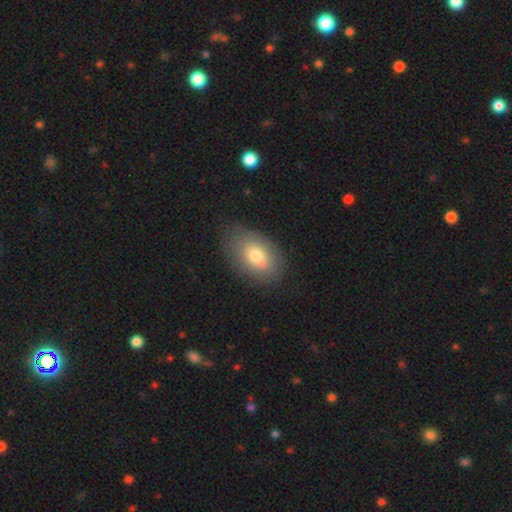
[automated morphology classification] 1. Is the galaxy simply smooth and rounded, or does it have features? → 73% smooth, 19% featured or disk, 8% star or artifact.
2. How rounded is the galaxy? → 89% in between, 10% round, 2% cigar-shaped.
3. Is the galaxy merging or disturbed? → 73% none, 19% minor disturbance, 5% major disturbance, 3% merger.